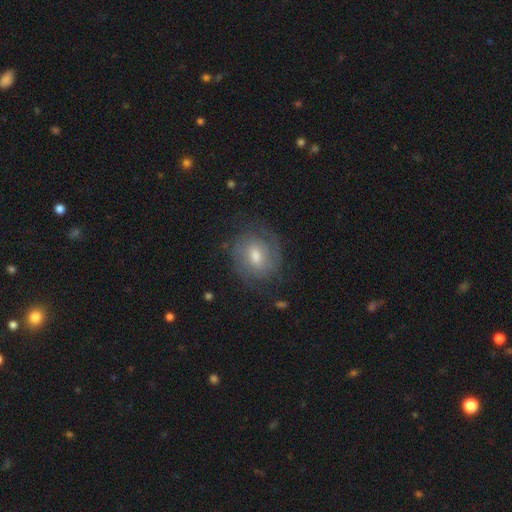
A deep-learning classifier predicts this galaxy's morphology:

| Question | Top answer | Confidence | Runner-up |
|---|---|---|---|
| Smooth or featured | featured or disk | 61% | smooth (30%) |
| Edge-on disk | no | 96% | yes (4%) |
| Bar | weak | 53% | no (34%) |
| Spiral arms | yes | 83% | no (17%) |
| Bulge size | moderate | 62% | small (28%) |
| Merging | none | 71% | minor disturbance (18%) |